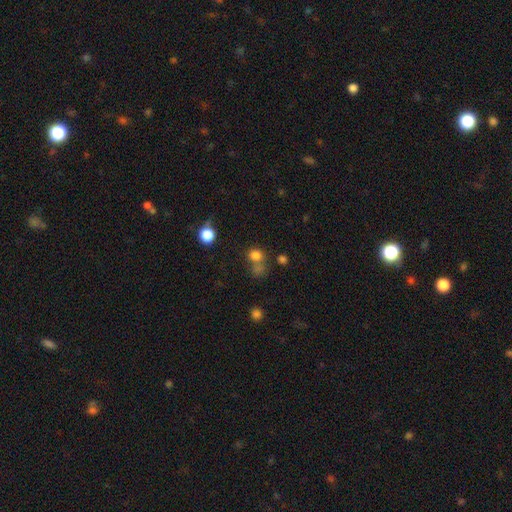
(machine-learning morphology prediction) A smooth galaxy with no disk features (75%) that is round (78%).

Vote fractions:
- Smooth or featured? smooth: 75% / star or artifact: 18% / featured or disk: 7%
- How rounded? round: 78% / in between: 20% / cigar-shaped: 1%
- Merging? none: 53% / merger: 29% / minor disturbance: 11% / major disturbance: 7%